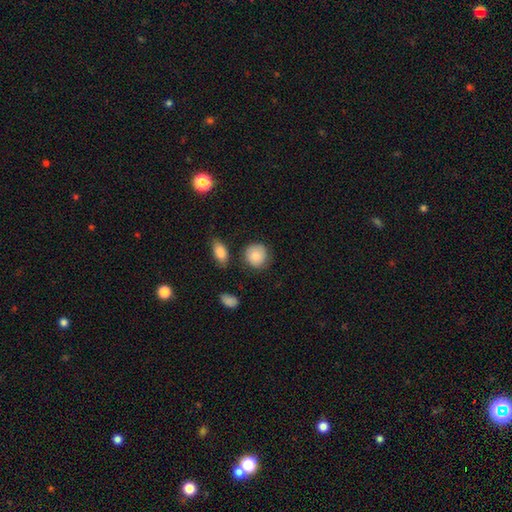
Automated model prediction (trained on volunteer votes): smooth-or-featured: smooth: 86% | featured or disk: 7% | star or artifact: 7%
  how-rounded: round: 85% | in between: 14% | cigar-shaped: 1%
  merging: none: 77% | minor disturbance: 15% | major disturbance: 4% | merger: 4%